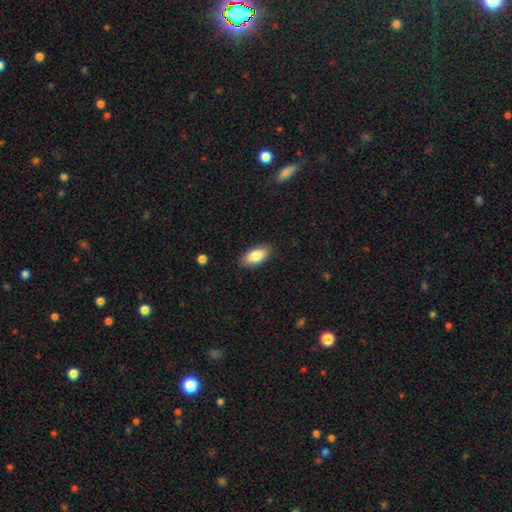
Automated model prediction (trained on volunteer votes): smooth 85%, featured or disk 9%, star or artifact 6%. Down the decision tree: how rounded — in between (89%); merging — none (87%).